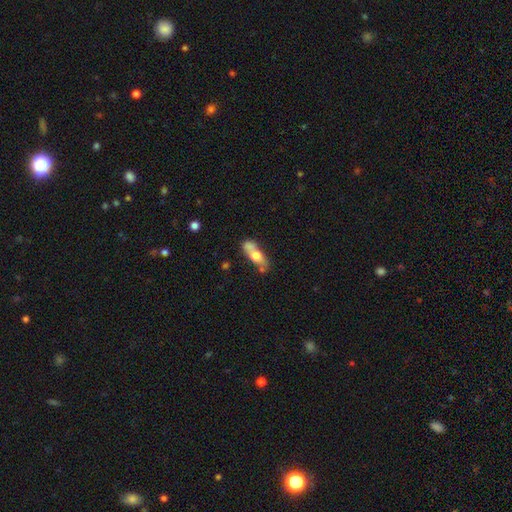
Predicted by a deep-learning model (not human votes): Smooth or featured? Predicted: smooth (p=0.60). How rounded? Predicted: in between (p=0.62). Merging? Predicted: none (p=0.45).